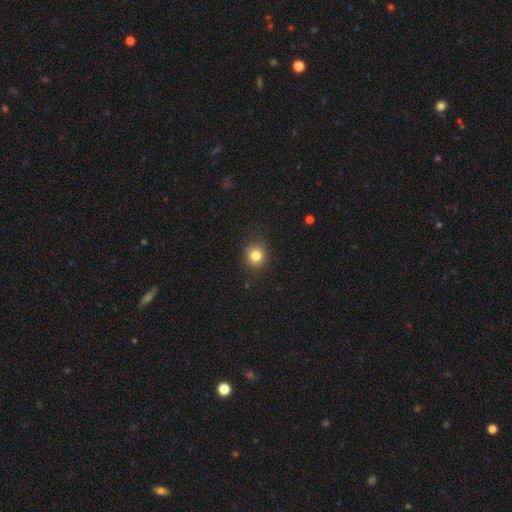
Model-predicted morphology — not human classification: Overall: smooth (82%). How rounded: round (83%). Merging: none (87%).